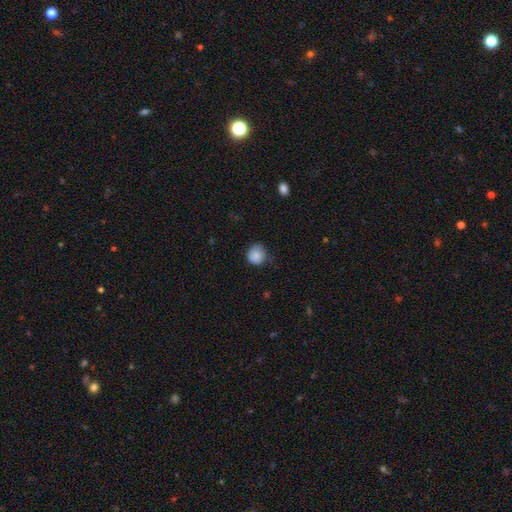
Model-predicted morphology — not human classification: smooth_or_featured: smooth (p=0.86) [alt: star or artifact p=0.08]
how_rounded: round (p=0.87) [alt: in between p=0.12]
merging: none (p=0.65) [alt: minor disturbance p=0.28]